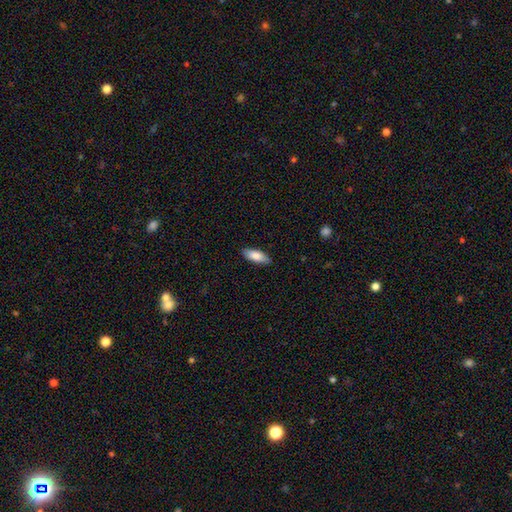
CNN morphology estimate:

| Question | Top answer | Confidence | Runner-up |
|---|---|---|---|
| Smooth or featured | smooth | 81% | featured or disk (14%) |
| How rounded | in between | 73% | cigar-shaped (25%) |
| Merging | none | 88% | minor disturbance (9%) |